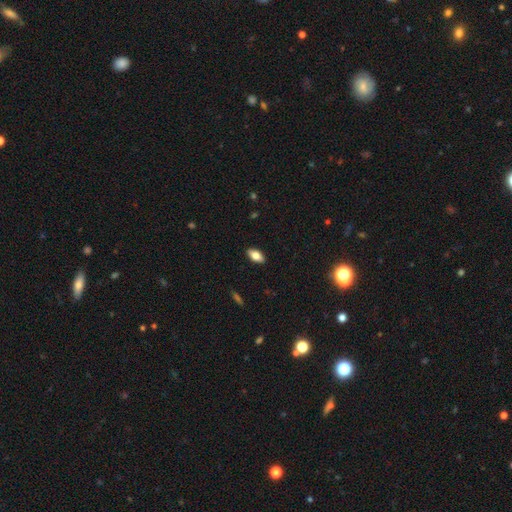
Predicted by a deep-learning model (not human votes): This appears to be a smooth galaxy with no disk features (78%) that is in between round and cigar-shaped (89%). Merging: none (89%).